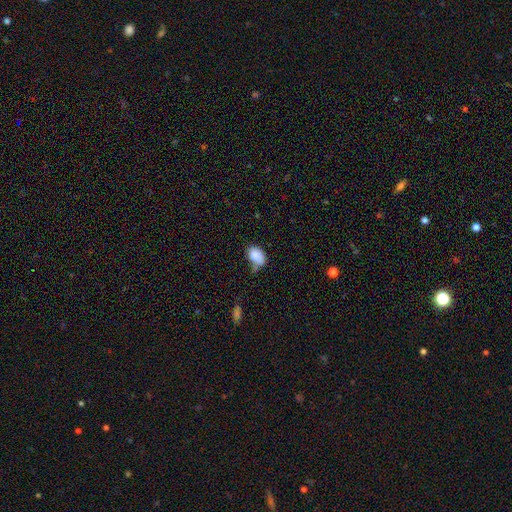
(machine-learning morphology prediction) smooth-or-featured: smooth: 82% | featured or disk: 10% | star or artifact: 8%
  how-rounded: in between: 79% | round: 20% | cigar-shaped: 1%
  merging: none: 39% | minor disturbance: 33% | merger: 15% | major disturbance: 13%